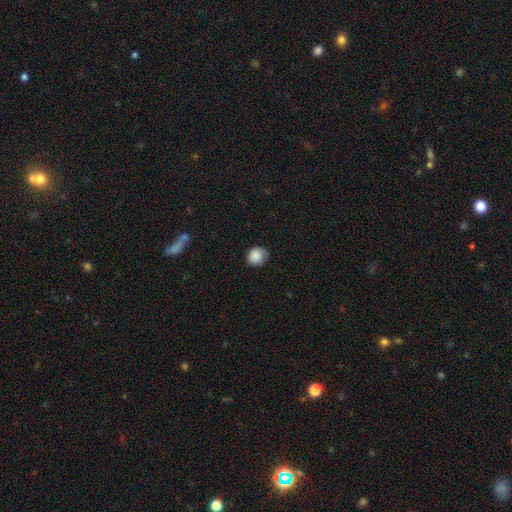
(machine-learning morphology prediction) Smooth or featured? Predicted: smooth (p=0.86). How rounded? Predicted: round (p=0.86). Merging? Predicted: none (p=0.76).